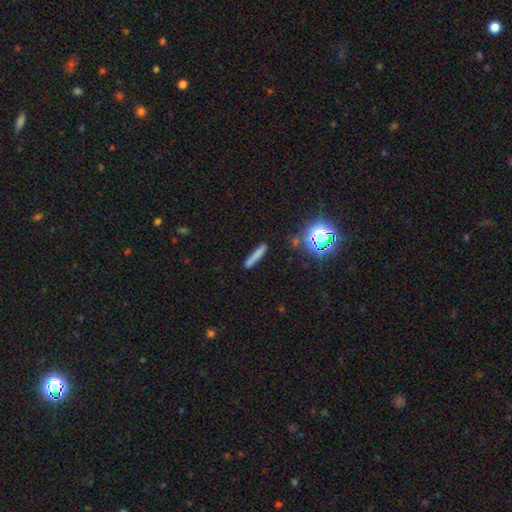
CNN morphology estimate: smooth-or-featured: smooth: 72% | star or artifact: 14% | featured or disk: 14%
  how-rounded: cigar-shaped: 93% | in between: 5% | round: 2%
  merging: none: 84% | minor disturbance: 10% | major disturbance: 3% | merger: 3%